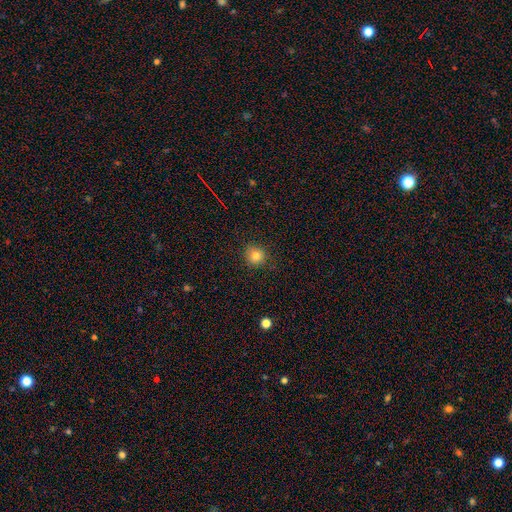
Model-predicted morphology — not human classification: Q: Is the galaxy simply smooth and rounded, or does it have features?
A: smooth — 81%.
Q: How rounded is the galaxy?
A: round — 90%.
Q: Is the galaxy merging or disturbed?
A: none — 87%.